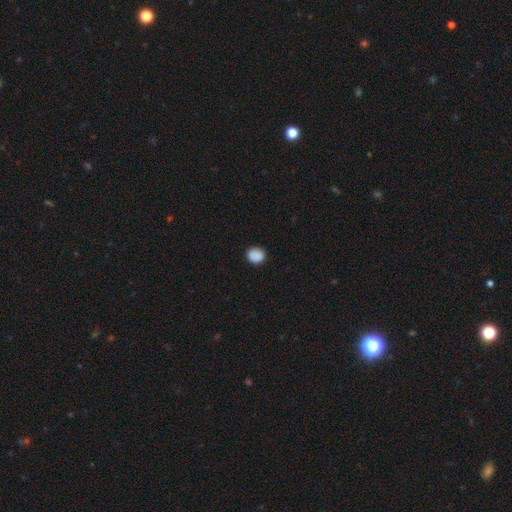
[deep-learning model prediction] Smooth or featured? smooth (89%)
How rounded? round (76%)
Merging? none (89%)